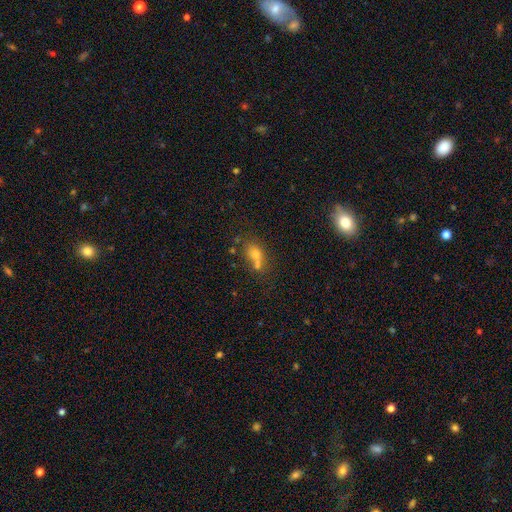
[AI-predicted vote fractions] smooth-or-featured: smooth: 68% | featured or disk: 17% | star or artifact: 15%
  how-rounded: in between: 57% | round: 40% | cigar-shaped: 3%
  merging: merger: 44% | none: 34% | minor disturbance: 13% | major disturbance: 9%